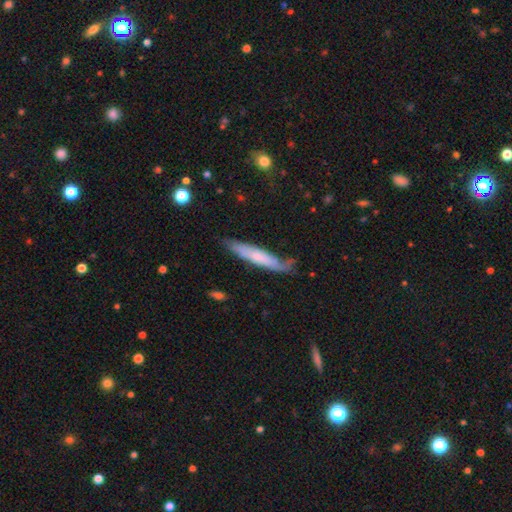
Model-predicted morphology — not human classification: This appears to be a smooth galaxy with no disk features (50%). Merging: none (65%).